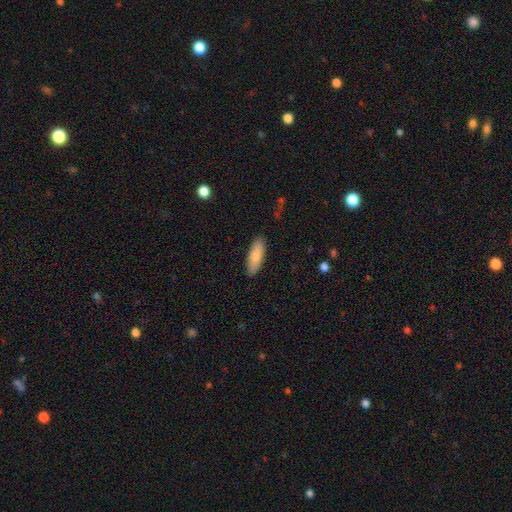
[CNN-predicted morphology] type=smooth (83%); roundness=in between (54%); merging=none (89%).